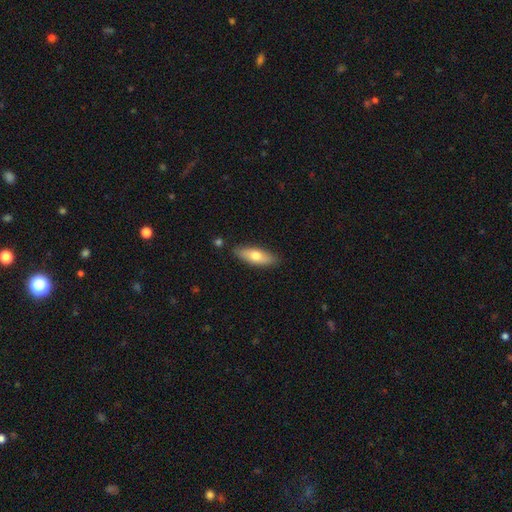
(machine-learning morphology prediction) This is likely a smooth galaxy (67%). How rounded: likely in between (64%). Merging: clearly none (85%).